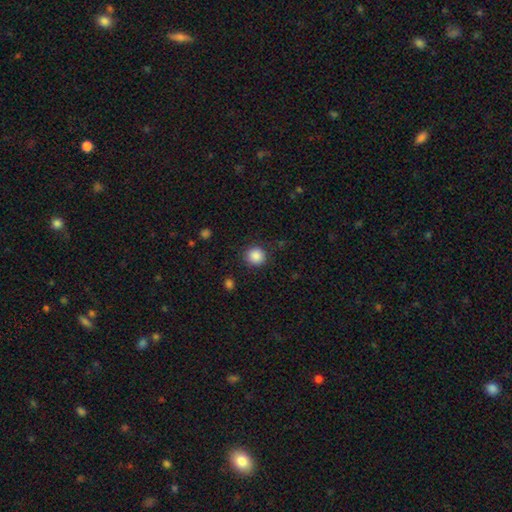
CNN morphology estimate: Q: Smooth or featured?
A: smooth (87%); runner-up: star or artifact (10%)
Q: How rounded?
A: round (92%); runner-up: in between (7%)
Q: Merging?
A: none (88%); runner-up: minor disturbance (7%)